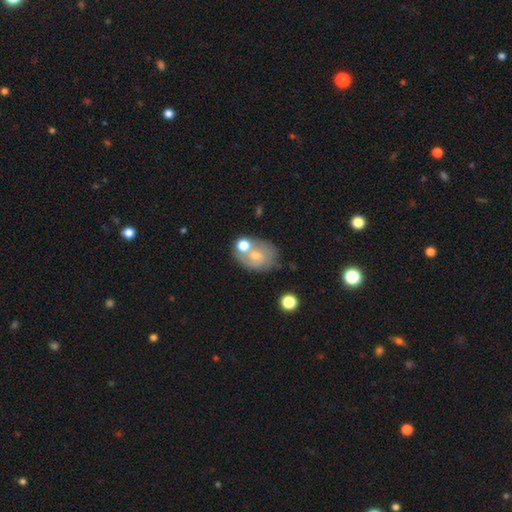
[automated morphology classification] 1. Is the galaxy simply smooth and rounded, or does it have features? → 49% smooth, 42% featured or disk, 9% star or artifact.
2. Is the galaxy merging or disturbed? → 40% none, 29% merger, 21% minor disturbance, 11% major disturbance.